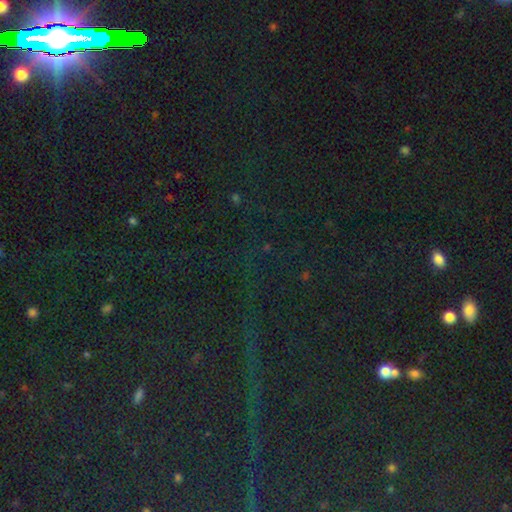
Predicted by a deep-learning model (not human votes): A star or artifact, not a galaxy (85%).

Vote fractions:
- Smooth or featured? star or artifact: 85% / smooth: 9% / featured or disk: 6%